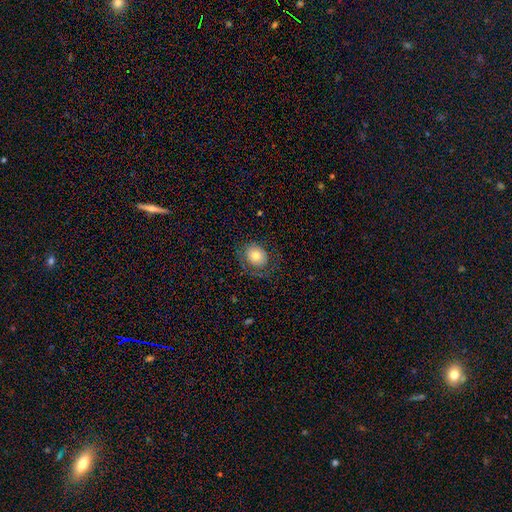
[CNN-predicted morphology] This appears to be a smooth galaxy with no disk features (69%) that is round (61%). Merging: none (65%).